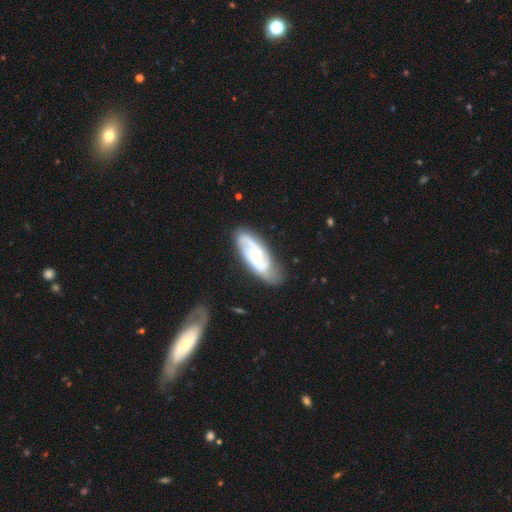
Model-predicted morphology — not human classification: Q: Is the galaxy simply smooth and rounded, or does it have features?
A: featured or disk — 79%.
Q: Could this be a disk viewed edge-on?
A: no — 93%.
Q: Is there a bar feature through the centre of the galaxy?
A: no — 63%.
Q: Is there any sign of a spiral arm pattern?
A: yes — 96%.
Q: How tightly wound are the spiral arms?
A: tight — 48%.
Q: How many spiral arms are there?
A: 2 — 67%.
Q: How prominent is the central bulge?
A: small — 64%.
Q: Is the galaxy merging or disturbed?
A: none — 74%.